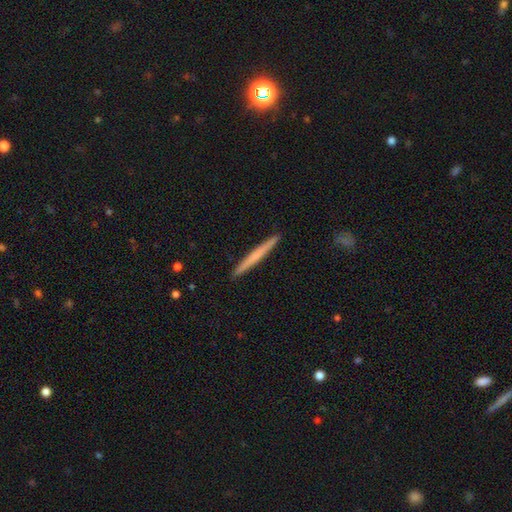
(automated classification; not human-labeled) Q: Smooth or featured?
A: smooth (51%); runner-up: featured or disk (44%)
Q: How rounded?
A: cigar-shaped (97%); runner-up: in between (2%)
Q: Merging?
A: none (93%); runner-up: minor disturbance (5%)